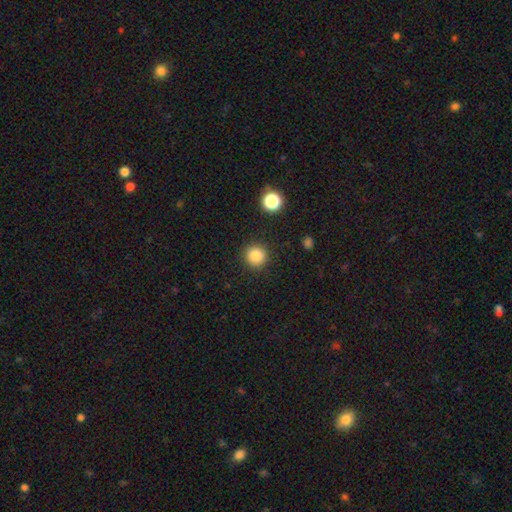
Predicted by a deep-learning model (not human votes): This is clearly a smooth galaxy (84%). How rounded: clearly round (94%). Merging: clearly none (90%).